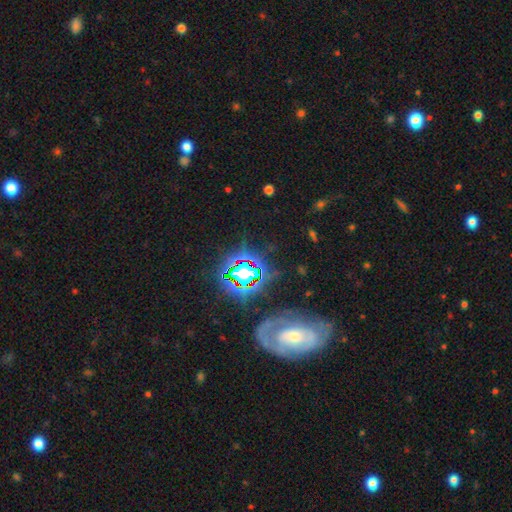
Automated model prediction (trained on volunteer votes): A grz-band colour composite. It shows a featured or disk galaxy (40%, tied with star or artifact). Merging: none (69%).